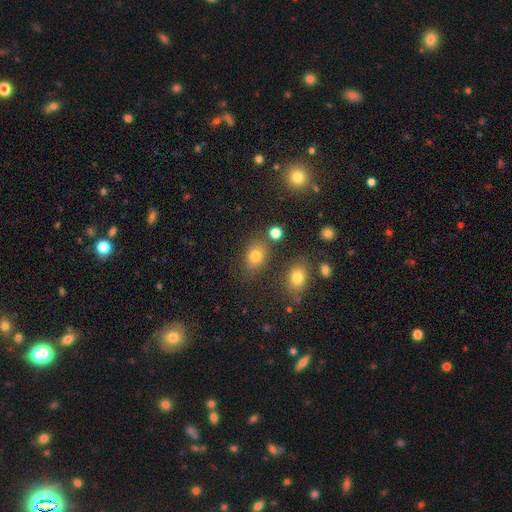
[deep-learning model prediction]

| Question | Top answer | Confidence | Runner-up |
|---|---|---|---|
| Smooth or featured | smooth | 76% | star or artifact (15%) |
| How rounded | in between | 67% | round (32%) |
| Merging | none | 74% | minor disturbance (13%) |